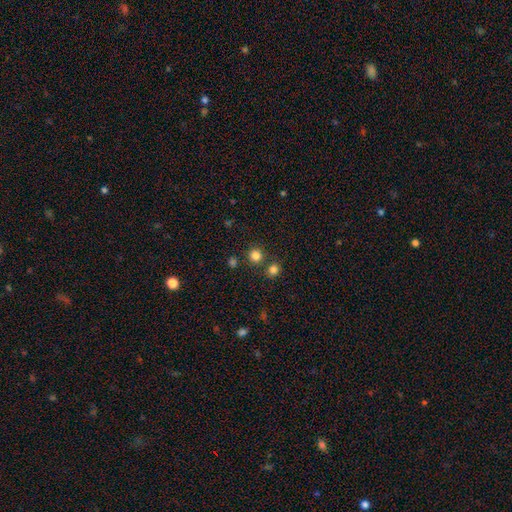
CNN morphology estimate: Smooth or featured?
  - smooth: 81% *
  - star or artifact: 15%
  - featured or disk: 4%
How rounded?
  - round: 92% *
  - in between: 7%
  - cigar-shaped: 1%
Merging?
  - none: 79% *
  - merger: 12%
  - minor disturbance: 6%
  - major disturbance: 3%